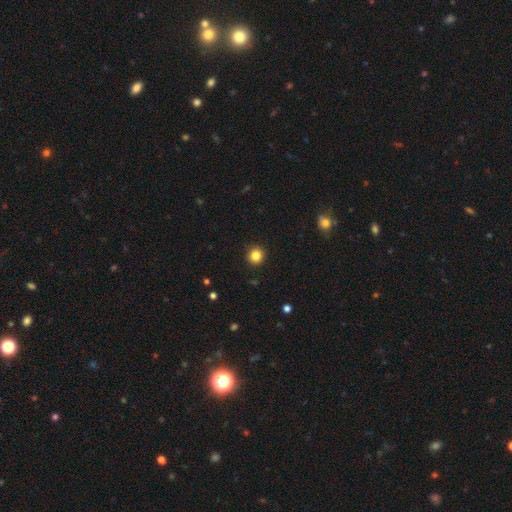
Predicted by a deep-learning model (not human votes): smooth-or-featured: smooth: 84% | star or artifact: 11% | featured or disk: 5%
  how-rounded: round: 94% | in between: 5% | cigar-shaped: 1%
  merging: none: 92% | minor disturbance: 5% | major disturbance: 2% | merger: 1%